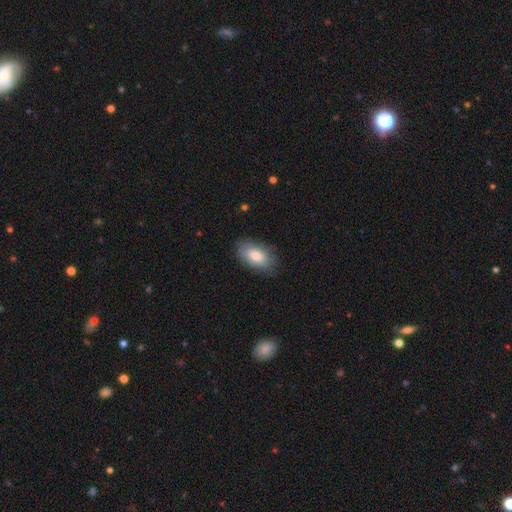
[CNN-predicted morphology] type=smooth (76%); roundness=in between (92%); merging=none (79%).